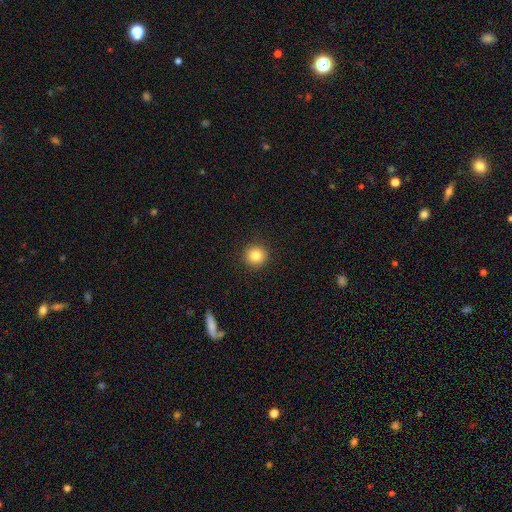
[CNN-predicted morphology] type=smooth (83%); roundness=round (95%); merging=none (92%).